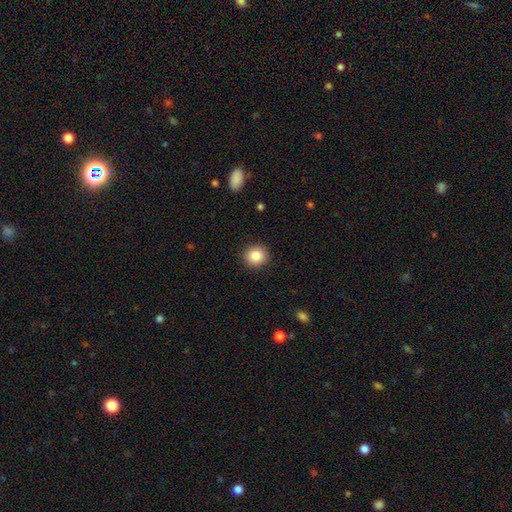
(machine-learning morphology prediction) The model was most divided on "how rounded": round: 83%, in between: 16%, cigar-shaped: 1%. More confident: merging — none (90%); smooth or featured — smooth (86%).